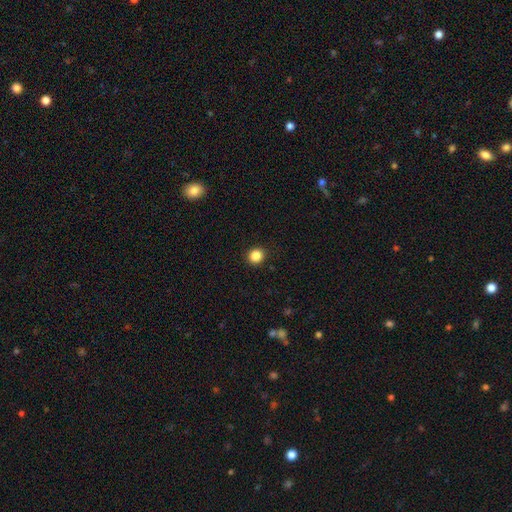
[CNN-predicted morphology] smooth-or-featured: smooth: 86% | star or artifact: 11% | featured or disk: 4%
  how-rounded: round: 86% | in between: 13% | cigar-shaped: 1%
  merging: none: 92% | minor disturbance: 6% | major disturbance: 2% | merger: 1%